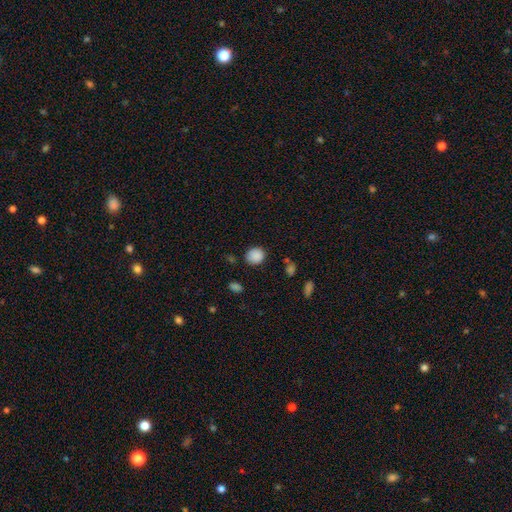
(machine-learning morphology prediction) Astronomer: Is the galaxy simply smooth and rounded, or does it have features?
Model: smooth — 87%.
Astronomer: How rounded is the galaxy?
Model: round — 81%.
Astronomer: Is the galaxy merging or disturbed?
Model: none — 79%.